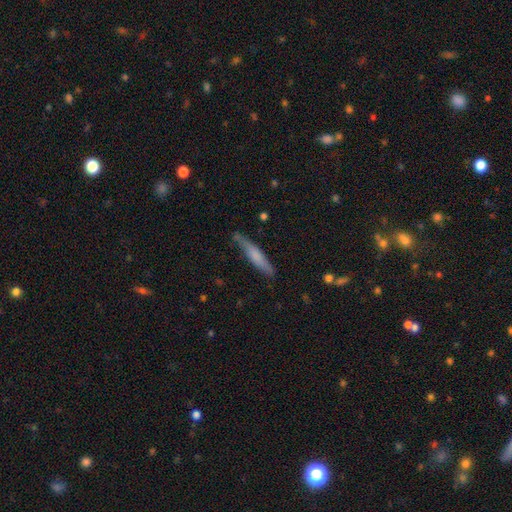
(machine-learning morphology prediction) A smooth galaxy with no disk features (60%) that is cigar-shaped (90%). Merging: none (76%).